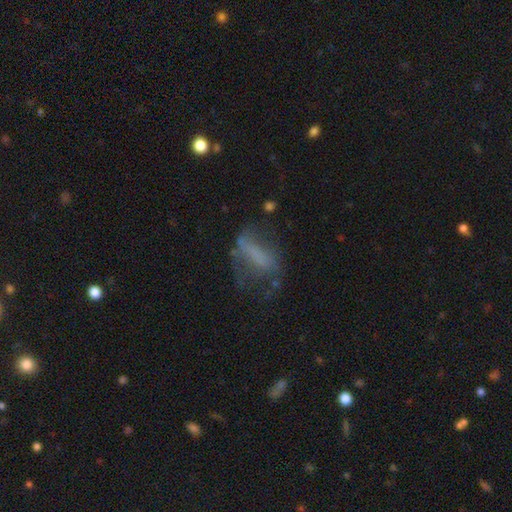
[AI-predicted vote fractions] The model was most divided on "merging": none: 37%, major disturbance: 35%, minor disturbance: 24%, merger: 4%. Remaining: smooth or featured — smooth (43%).